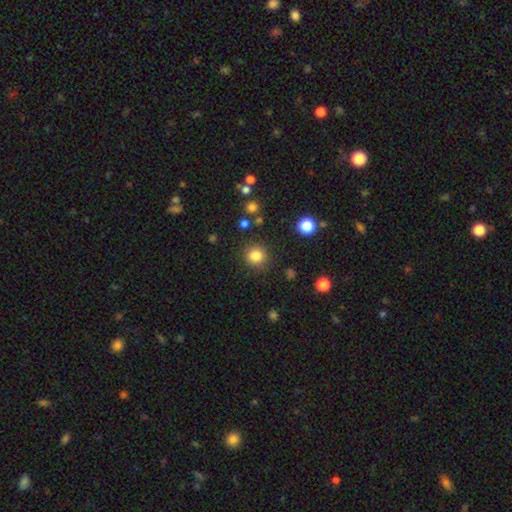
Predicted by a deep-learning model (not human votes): Smooth or featured? Predicted: smooth (p=0.84). How rounded? Predicted: round (p=0.92). Merging? Predicted: none (p=0.88).